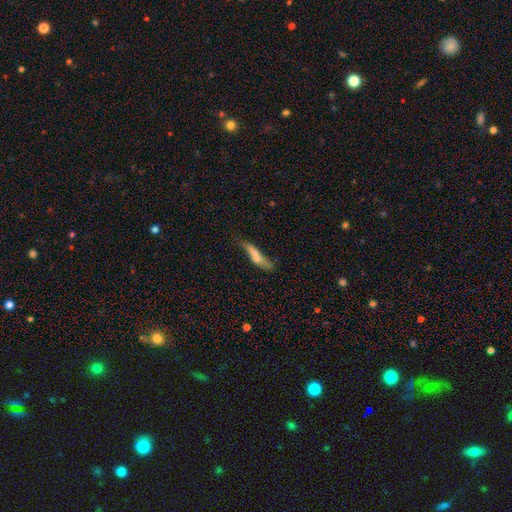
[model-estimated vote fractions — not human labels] The model was most divided on "merging": none: 40%, minor disturbance: 27%, major disturbance: 18%, merger: 15%. More confident: how rounded — cigar-shaped (75%); smooth or featured — smooth (61%).